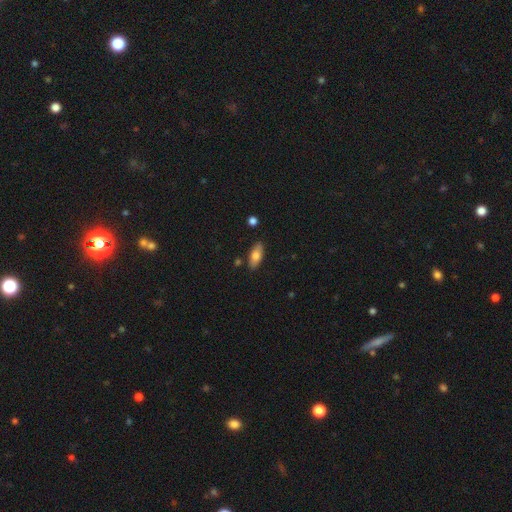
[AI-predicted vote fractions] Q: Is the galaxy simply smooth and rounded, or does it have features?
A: smooth — 75%.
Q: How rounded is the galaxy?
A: in between — 82%.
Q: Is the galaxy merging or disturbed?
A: none — 85%.